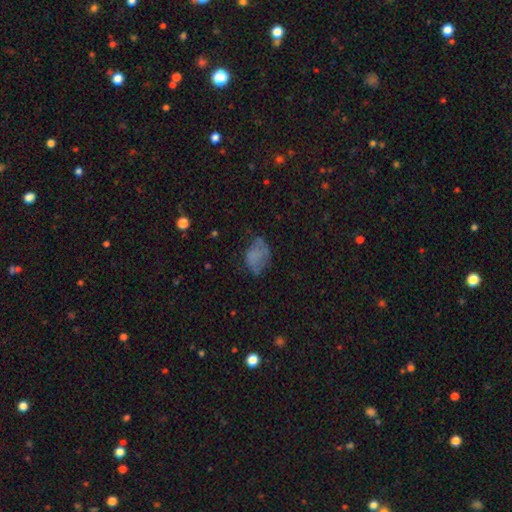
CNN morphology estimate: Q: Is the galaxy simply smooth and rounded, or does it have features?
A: smooth — 61%.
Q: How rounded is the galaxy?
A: in between — 81%.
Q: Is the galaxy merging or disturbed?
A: none — 42%.